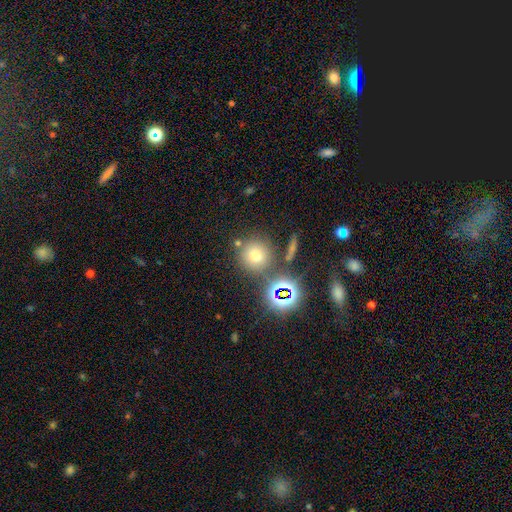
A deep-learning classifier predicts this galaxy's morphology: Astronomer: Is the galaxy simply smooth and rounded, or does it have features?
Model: smooth — 66%.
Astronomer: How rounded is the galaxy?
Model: round — 91%.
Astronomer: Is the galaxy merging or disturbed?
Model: none — 74%.